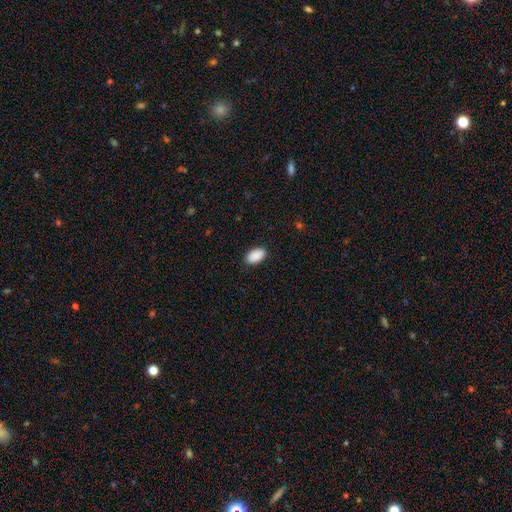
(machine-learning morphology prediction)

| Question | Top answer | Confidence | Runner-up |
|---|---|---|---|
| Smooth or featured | smooth | 91% | star or artifact (6%) |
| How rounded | in between | 93% | round (5%) |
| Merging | none | 88% | minor disturbance (9%) |